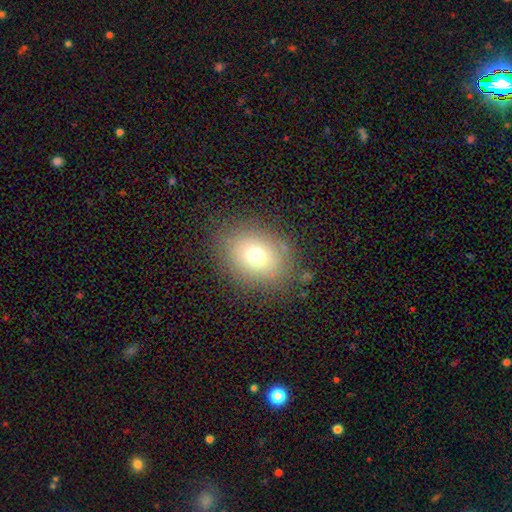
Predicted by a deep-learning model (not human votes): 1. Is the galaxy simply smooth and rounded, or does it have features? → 71% smooth, 15% featured or disk, 14% star or artifact.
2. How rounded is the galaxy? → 51% in between, 48% round, 1% cigar-shaped.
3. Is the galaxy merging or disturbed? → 81% none, 12% minor disturbance, 5% major disturbance, 1% merger.